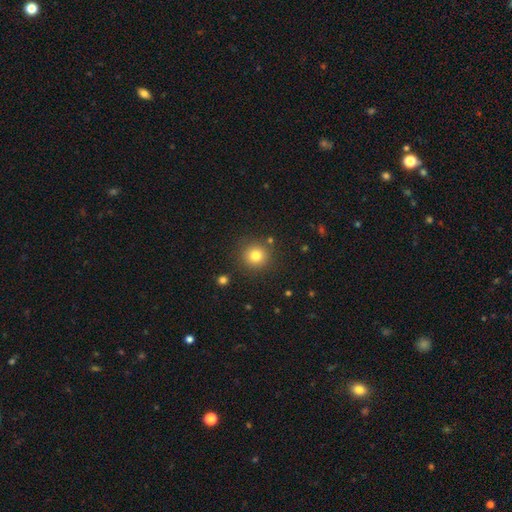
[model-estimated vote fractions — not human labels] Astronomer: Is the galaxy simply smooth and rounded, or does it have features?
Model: smooth — 80%.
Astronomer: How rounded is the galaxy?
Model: round — 93%.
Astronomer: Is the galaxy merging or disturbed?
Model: none — 86%.